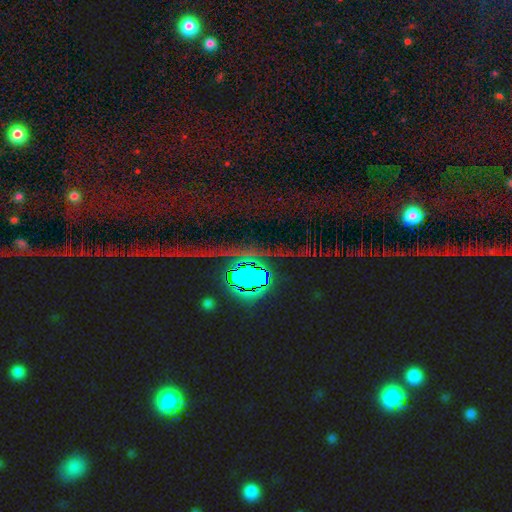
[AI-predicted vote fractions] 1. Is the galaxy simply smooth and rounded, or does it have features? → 83% star or artifact, 9% smooth, 8% featured or disk.